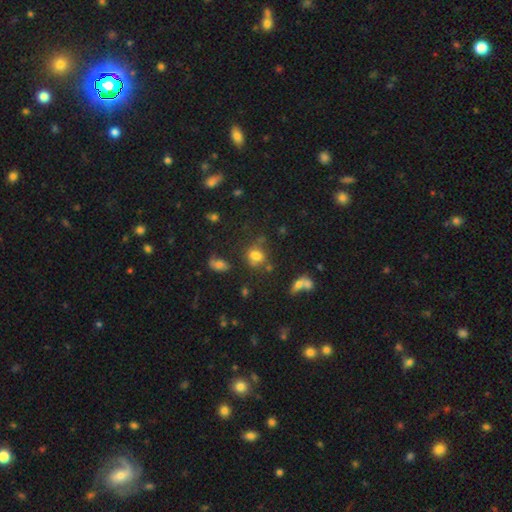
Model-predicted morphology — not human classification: smooth-or-featured: smooth: 73% | star or artifact: 15% | featured or disk: 11%
  how-rounded: round: 55% | in between: 44% | cigar-shaped: 2%
  merging: none: 58% | minor disturbance: 20% | merger: 13% | major disturbance: 9%